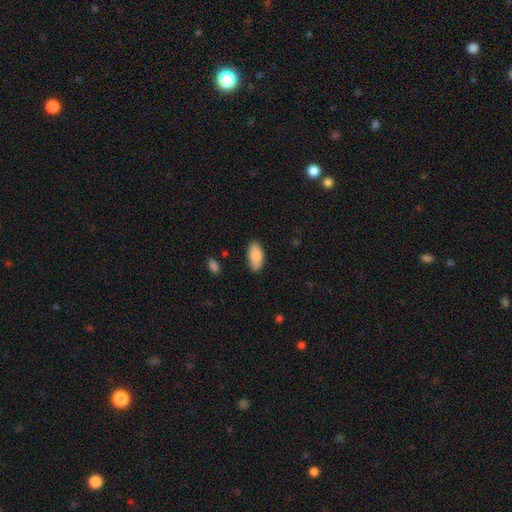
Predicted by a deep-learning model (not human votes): Smooth or featured?
  - smooth: 88% *
  - featured or disk: 6%
  - star or artifact: 6%
How rounded?
  - in between: 92% *
  - cigar-shaped: 6%
  - round: 2%
Merging?
  - none: 83% *
  - minor disturbance: 13%
  - major disturbance: 2%
  - merger: 1%